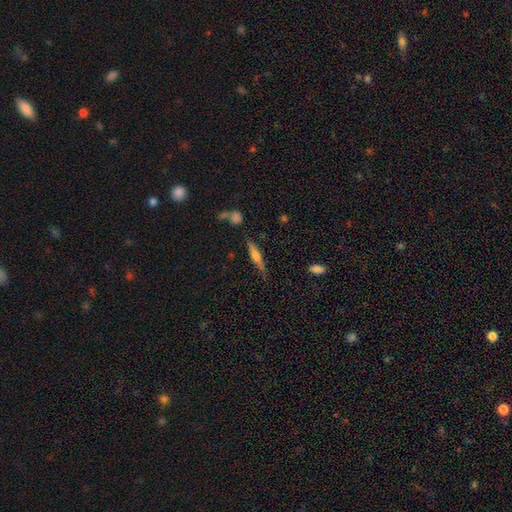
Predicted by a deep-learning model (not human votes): Smooth or featured? Predicted: featured or disk (p=0.53). Edge-on disk? Predicted: yes (p=0.95). Edge-on bulge? Predicted: rounded (p=0.79). Merging? Predicted: none (p=0.81).